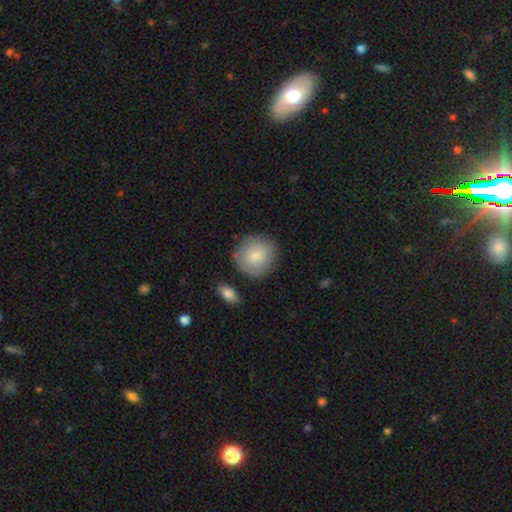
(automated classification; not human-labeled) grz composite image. It shows a smooth galaxy with no disk features (81%) that is round (91%). Merging: none (80%).